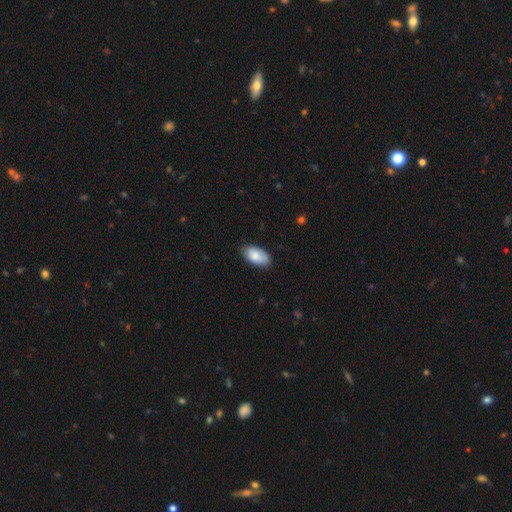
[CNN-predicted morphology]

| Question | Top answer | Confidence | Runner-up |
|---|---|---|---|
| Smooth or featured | smooth | 86% | featured or disk (8%) |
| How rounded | in between | 95% | round (3%) |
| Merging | none | 80% | minor disturbance (16%) |